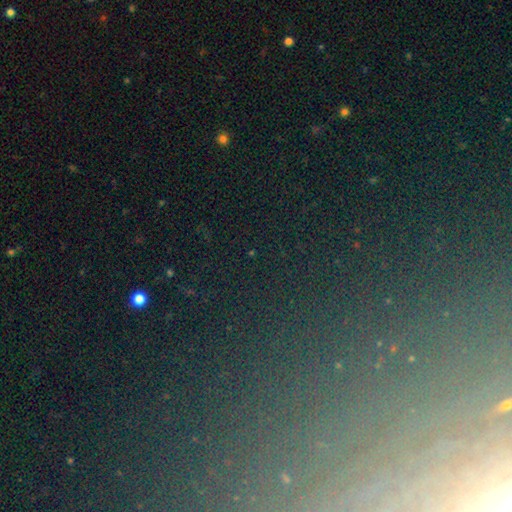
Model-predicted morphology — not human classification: smooth_or_featured: star or artifact (p=0.72) [alt: smooth p=0.16]